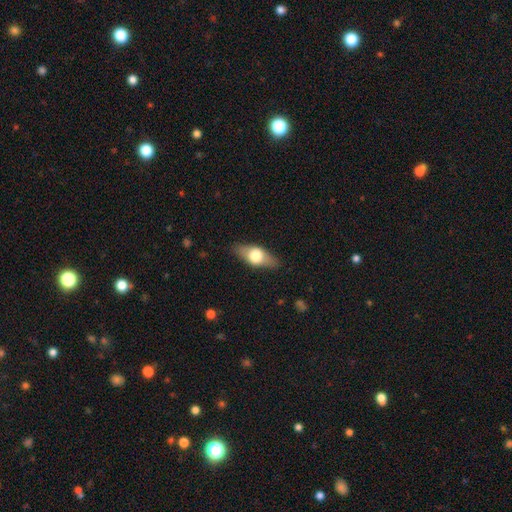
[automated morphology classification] This is possibly a smooth galaxy (52%). How rounded: likely in between (72%). Merging: clearly none (84%).